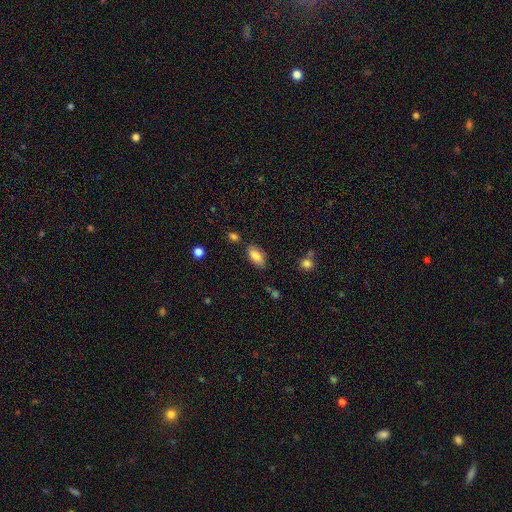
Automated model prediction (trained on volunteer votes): Overall: smooth (83%). How rounded: in between (90%). Merging: none (78%).